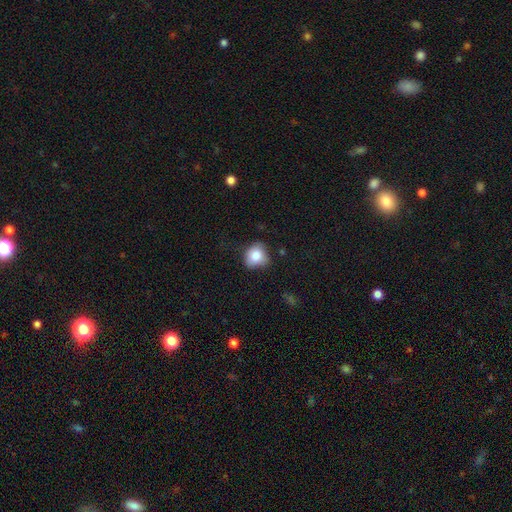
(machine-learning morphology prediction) A smooth galaxy with no disk features (82%) that is round (70%).

Vote fractions:
- Smooth or featured? smooth: 82% / featured or disk: 10% / star or artifact: 9%
- How rounded? round: 70% / in between: 29% / cigar-shaped: 1%
- Merging? none: 57% / minor disturbance: 31% / major disturbance: 9% / merger: 3%